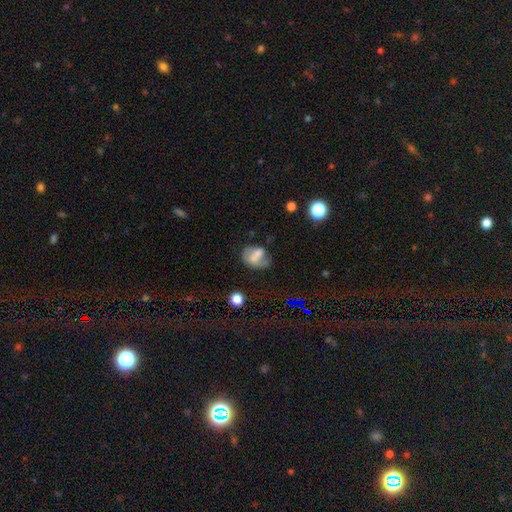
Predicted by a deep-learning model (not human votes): Smooth or featured? Predicted: smooth (p=0.49). Merging? Predicted: none (p=0.39).